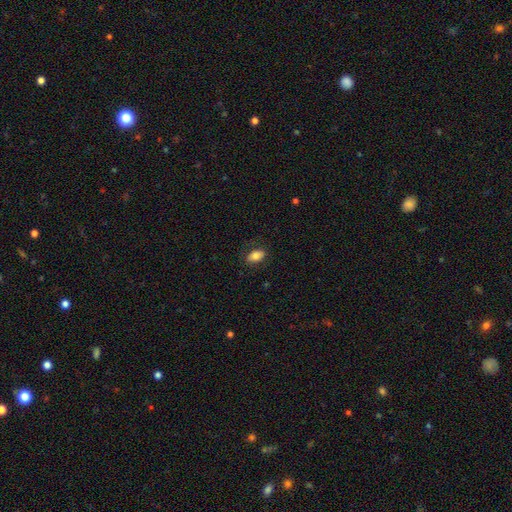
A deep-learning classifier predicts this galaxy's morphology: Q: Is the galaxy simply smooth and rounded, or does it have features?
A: smooth — 77%.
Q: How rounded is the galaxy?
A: in between — 90%.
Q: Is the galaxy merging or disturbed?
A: none — 81%.